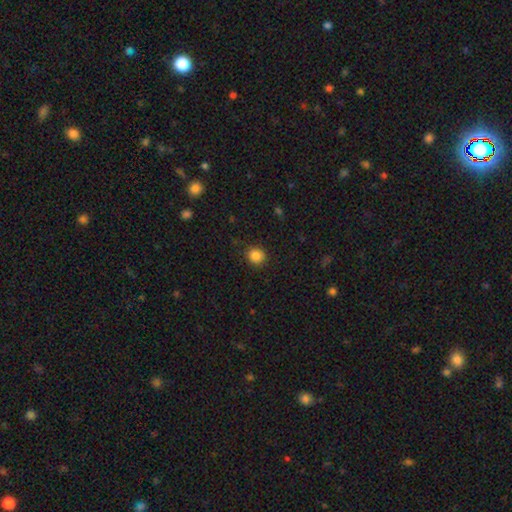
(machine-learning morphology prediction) smooth-or-featured: smooth: 85% | star or artifact: 10% | featured or disk: 4%
  how-rounded: round: 87% | in between: 12% | cigar-shaped: 1%
  merging: none: 90% | minor disturbance: 7% | major disturbance: 2% | merger: 1%